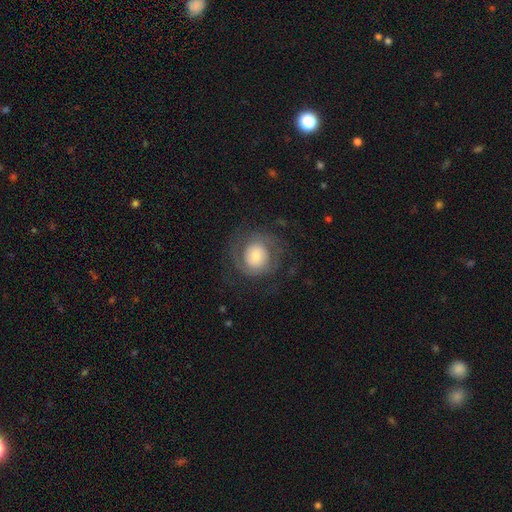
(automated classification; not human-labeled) Smooth or featured? Predicted: featured or disk (p=0.62). Edge-on disk? Predicted: no (p=0.98). Bar? Predicted: no (p=0.74). Spiral arms? Predicted: yes (p=0.84). Spiral winding? Predicted: tight (p=0.54). Spiral arm count? Predicted: 2 (p=0.50). Bulge size? Predicted: moderate (p=0.42). Merging? Predicted: none (p=0.71).